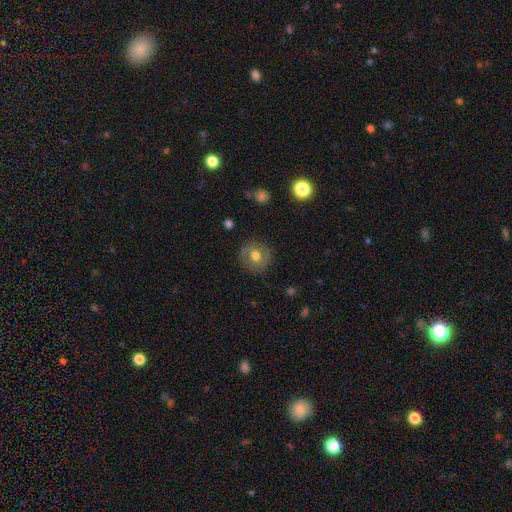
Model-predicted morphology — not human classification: type=smooth (64%); roundness=round (91%); merging=none (87%).